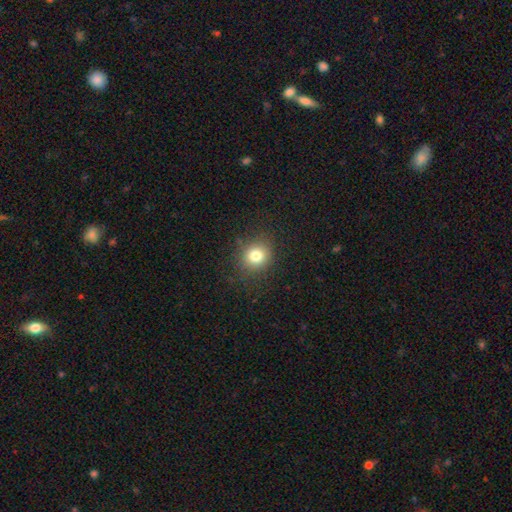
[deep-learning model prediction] Overall: smooth (80%). How rounded: round (80%). Merging: none (85%).